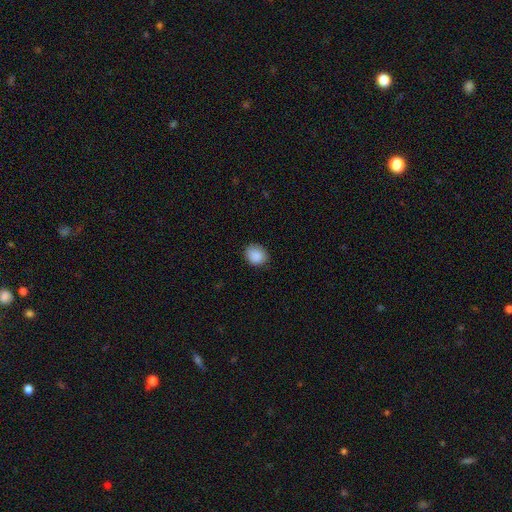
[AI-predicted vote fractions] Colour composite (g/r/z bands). It shows a smooth galaxy with no disk features (89%) that is round (64%). Merging: none (83%).